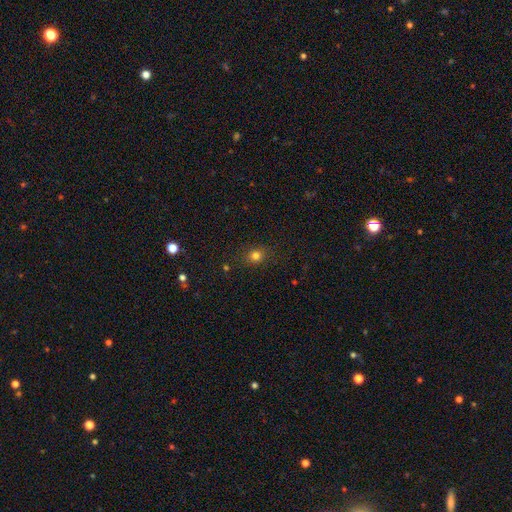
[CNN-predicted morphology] type=smooth (77%); roundness=round (70%); merging=none (86%).